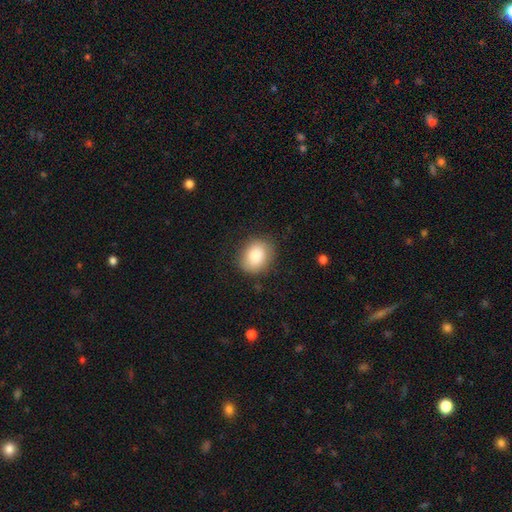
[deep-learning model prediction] Smooth or featured?
  - smooth: 86% *
  - star or artifact: 8%
  - featured or disk: 6%
How rounded?
  - round: 56% *
  - in between: 43%
  - cigar-shaped: 1%
Merging?
  - none: 82% *
  - minor disturbance: 13%
  - major disturbance: 4%
  - merger: 1%